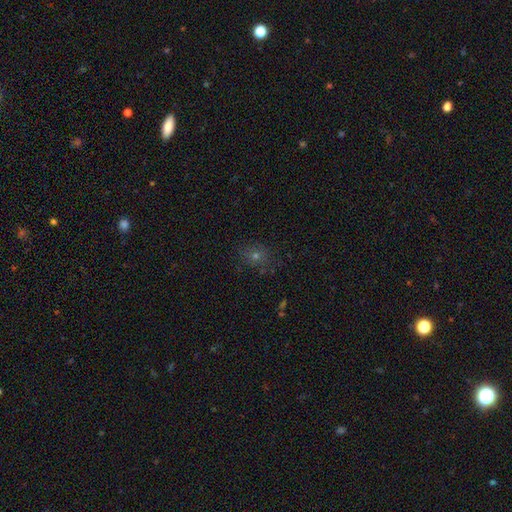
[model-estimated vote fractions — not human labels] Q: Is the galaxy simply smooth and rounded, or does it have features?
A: smooth — 53%.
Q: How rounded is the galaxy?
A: round — 73%.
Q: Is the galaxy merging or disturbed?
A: none — 81%.